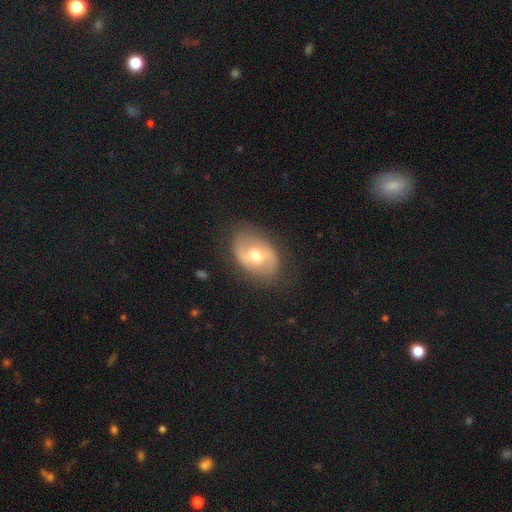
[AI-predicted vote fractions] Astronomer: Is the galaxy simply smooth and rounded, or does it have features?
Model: featured or disk — 58% (runner-up: smooth, 34%).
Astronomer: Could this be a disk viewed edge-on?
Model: no — 94%.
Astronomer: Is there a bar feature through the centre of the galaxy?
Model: weak — 43% (runner-up: no, 35%).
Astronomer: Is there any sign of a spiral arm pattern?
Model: yes — 58% (runner-up: no, 42%).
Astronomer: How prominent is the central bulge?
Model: moderate — 72%.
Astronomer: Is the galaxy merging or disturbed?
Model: none — 78%.